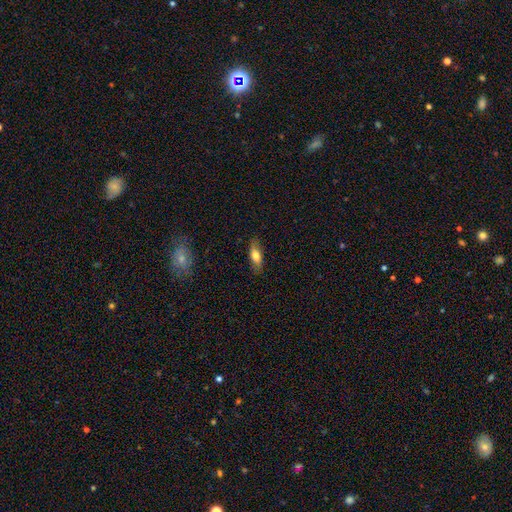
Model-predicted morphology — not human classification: Smooth or featured?
  - smooth: 70% *
  - featured or disk: 23%
  - star or artifact: 7%
How rounded?
  - in between: 66% *
  - cigar-shaped: 31%
  - round: 3%
Merging?
  - none: 81% *
  - minor disturbance: 14%
  - major disturbance: 3%
  - merger: 1%